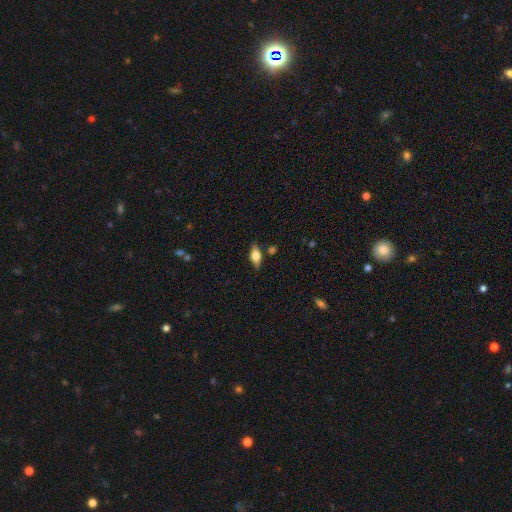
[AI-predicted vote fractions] This appears to be a smooth galaxy with no disk features (50%). Merging: none (82%).